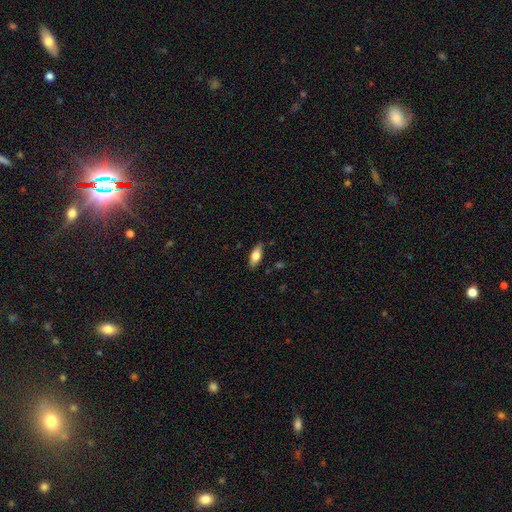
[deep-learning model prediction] Smooth or featured? Predicted: smooth (p=0.74). How rounded? Predicted: in between (p=0.82). Merging? Predicted: none (p=0.84).